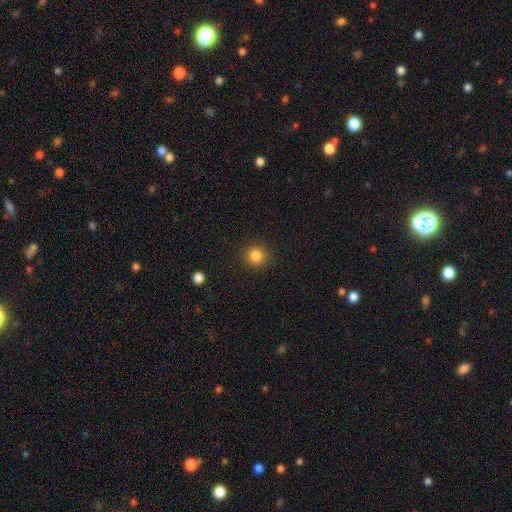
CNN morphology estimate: Smooth or featured?
  - smooth: 84% *
  - star or artifact: 11%
  - featured or disk: 5%
How rounded?
  - round: 94% *
  - in between: 5%
  - cigar-shaped: 1%
Merging?
  - none: 91% *
  - minor disturbance: 6%
  - major disturbance: 2%
  - merger: 1%